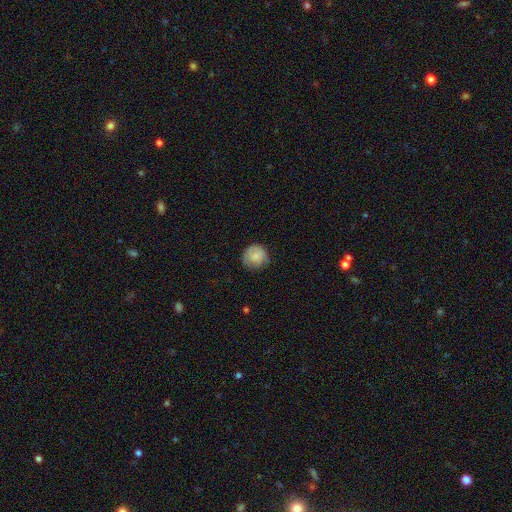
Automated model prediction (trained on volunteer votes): Overall: smooth (76%). How rounded: round (91%). Merging: none (72%).